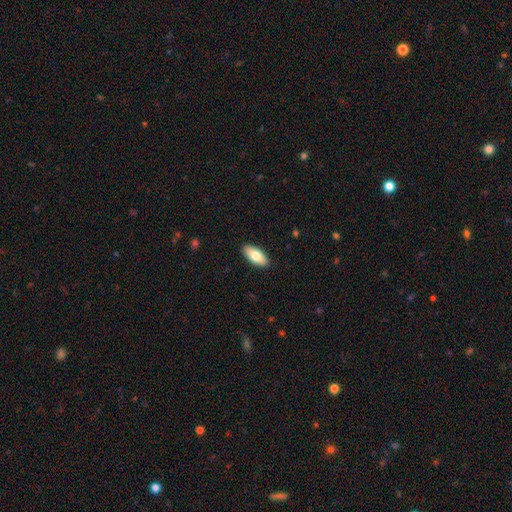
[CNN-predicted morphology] A smooth galaxy with no disk features (78%) that is in between round and cigar-shaped (88%).

Vote fractions:
- Smooth or featured? smooth: 78% / featured or disk: 16% / star or artifact: 6%
- How rounded? in between: 88% / cigar-shaped: 10% / round: 2%
- Merging? none: 90% / minor disturbance: 7% / major disturbance: 2% / merger: 1%